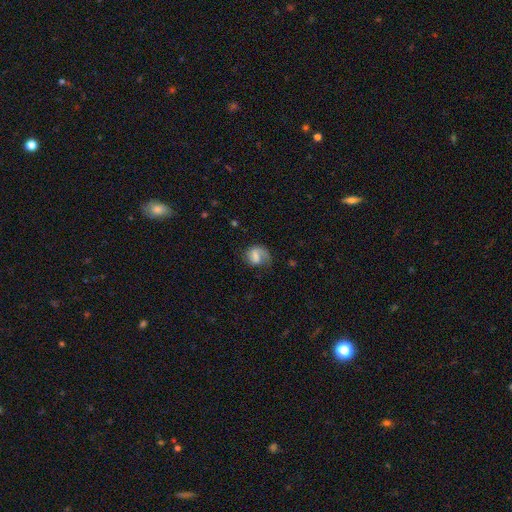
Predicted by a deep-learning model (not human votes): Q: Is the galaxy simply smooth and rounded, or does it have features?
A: featured or disk — 48%.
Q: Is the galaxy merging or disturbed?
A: none — 45%.